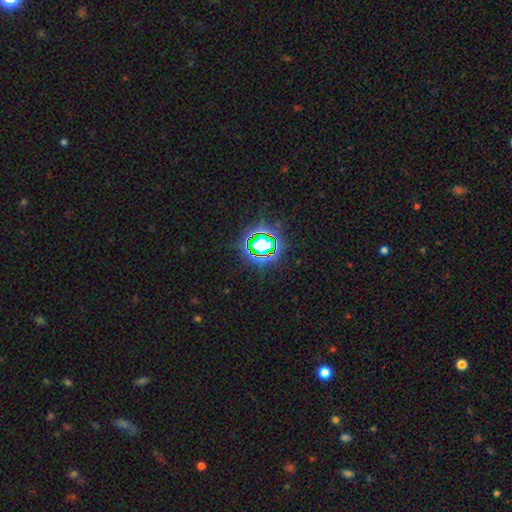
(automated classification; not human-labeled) Morphology: type=star or artifact (80%).